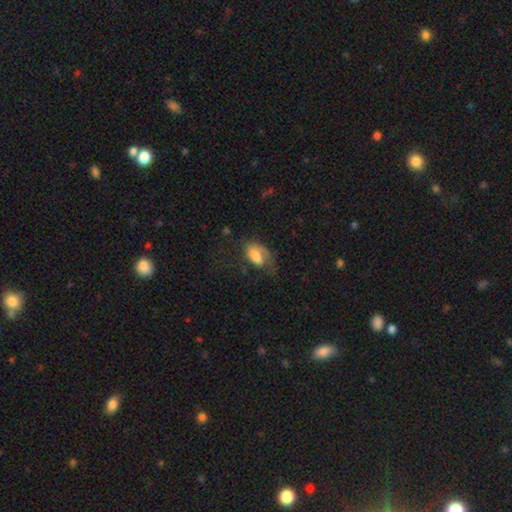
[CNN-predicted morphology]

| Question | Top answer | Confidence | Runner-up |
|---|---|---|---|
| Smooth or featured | smooth | 66% | featured or disk (26%) |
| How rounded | in between | 91% | round (6%) |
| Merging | none | 41% | major disturbance (30%) |